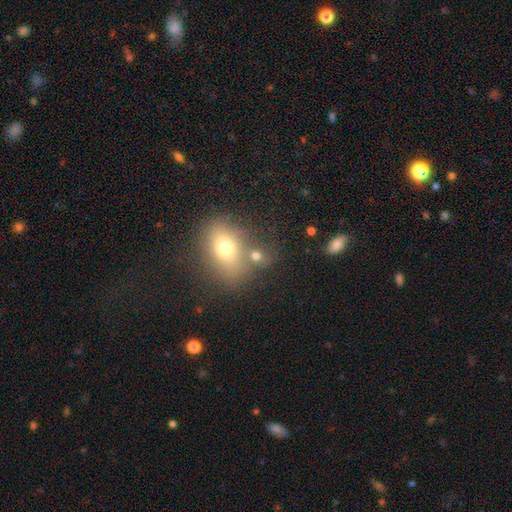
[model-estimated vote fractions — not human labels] The model was most divided on "how rounded": round: 55%, in between: 43%, cigar-shaped: 2%. More confident: smooth or featured — smooth (68%); merging — none (54%).